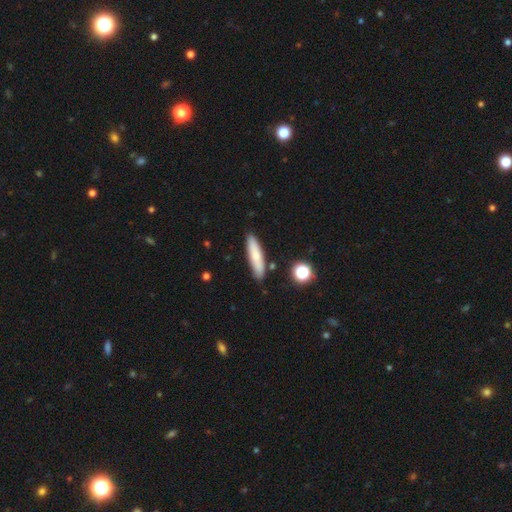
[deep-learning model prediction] This appears to be a smooth galaxy with no disk features (72%) that is cigar-shaped (78%). Merging: none (85%).